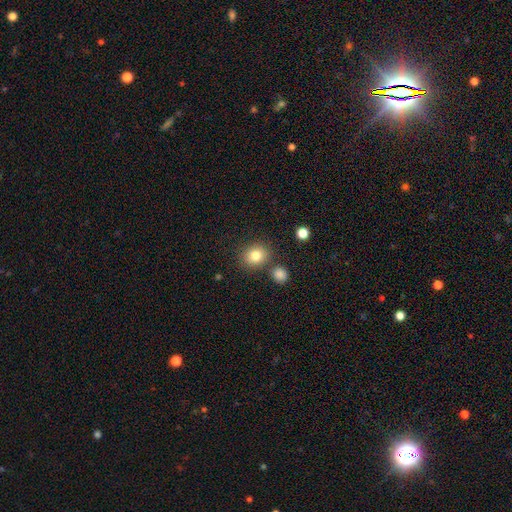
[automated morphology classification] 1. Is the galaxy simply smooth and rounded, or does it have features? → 82% smooth, 11% star or artifact, 8% featured or disk.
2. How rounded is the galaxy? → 69% round, 30% in between, 1% cigar-shaped.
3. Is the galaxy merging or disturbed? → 79% none, 9% minor disturbance, 9% merger, 3% major disturbance.